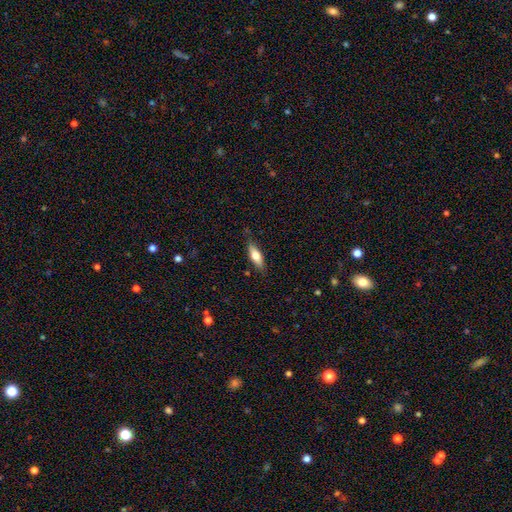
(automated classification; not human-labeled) A smooth galaxy with no disk features (65%) that is in between round and cigar-shaped (56%).

Vote fractions:
- Smooth or featured? smooth: 65% / featured or disk: 29% / star or artifact: 6%
- How rounded? in between: 56% / cigar-shaped: 42% / round: 2%
- Merging? none: 80% / minor disturbance: 15% / major disturbance: 3% / merger: 2%